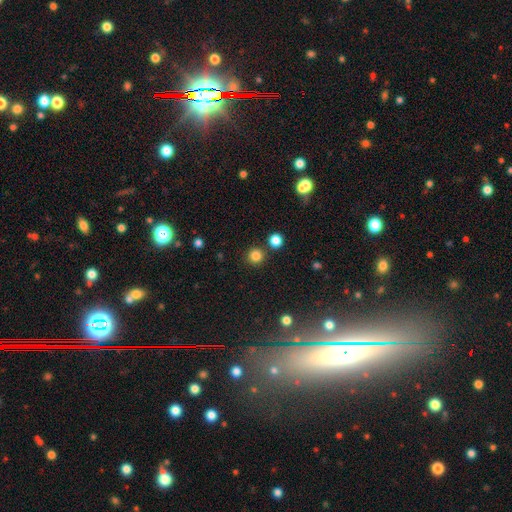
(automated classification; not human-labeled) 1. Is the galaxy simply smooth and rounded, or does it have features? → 83% smooth, 14% star or artifact, 4% featured or disk.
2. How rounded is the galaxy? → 94% round, 5% in between, 1% cigar-shaped.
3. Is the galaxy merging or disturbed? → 87% none, 6% minor disturbance, 5% merger, 2% major disturbance.